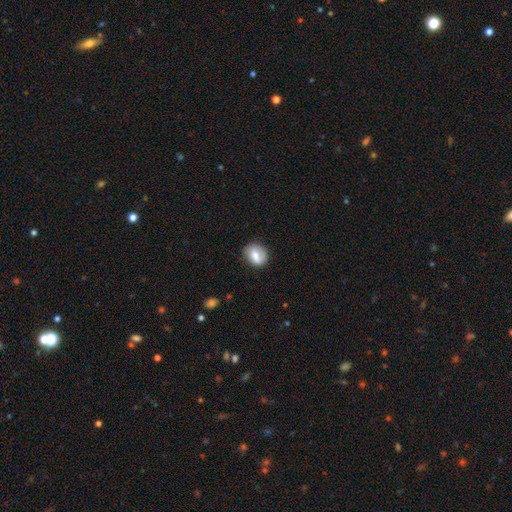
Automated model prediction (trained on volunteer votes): Smooth or featured: smooth — 72% (featured or disk — 20%)
How rounded: round — 50% (in between — 48%)
Merging: none — 72% (minor disturbance — 20%)